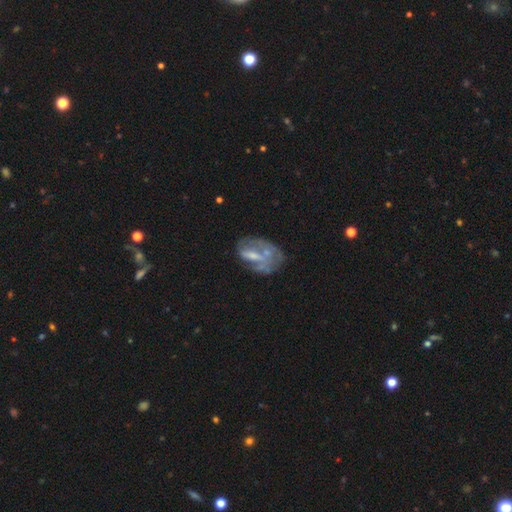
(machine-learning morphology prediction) Overall: featured or disk (60%; smooth 30%). Edge-on disk: no (95%). Bar: no (50%; weak 34%). Spiral arms: no (65%; yes 35%). Bulge size: small (36%; moderate 34%). Merging: none (38%; major disturbance 27%).